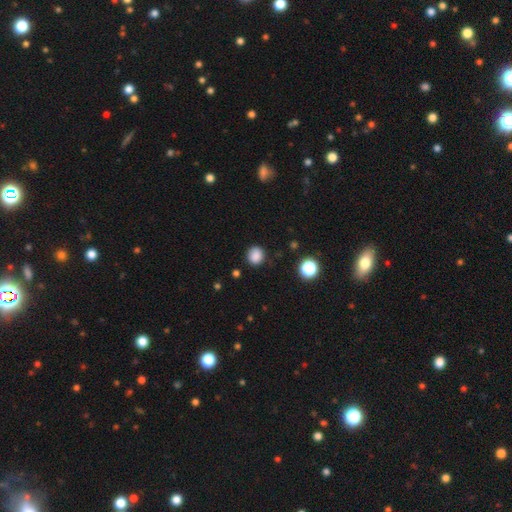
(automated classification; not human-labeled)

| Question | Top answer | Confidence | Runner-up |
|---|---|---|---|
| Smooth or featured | smooth | 85% | star or artifact (11%) |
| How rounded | round | 78% | in between (21%) |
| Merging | none | 85% | minor disturbance (11%) |